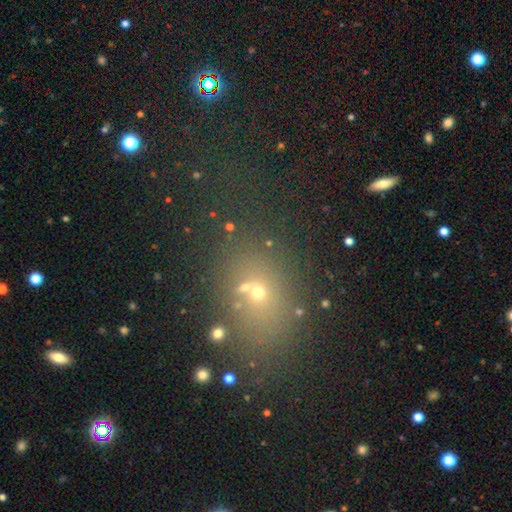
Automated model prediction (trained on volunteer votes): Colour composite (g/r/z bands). It shows a smooth galaxy with no disk features (48%). Merging: none (71%).